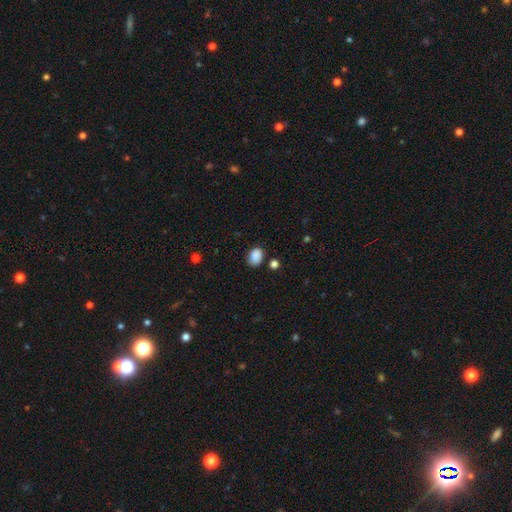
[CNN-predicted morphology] Q: Smooth or featured?
A: smooth (87%); runner-up: star or artifact (9%)
Q: How rounded?
A: in between (70%); runner-up: round (29%)
Q: Merging?
A: none (75%); runner-up: minor disturbance (17%)